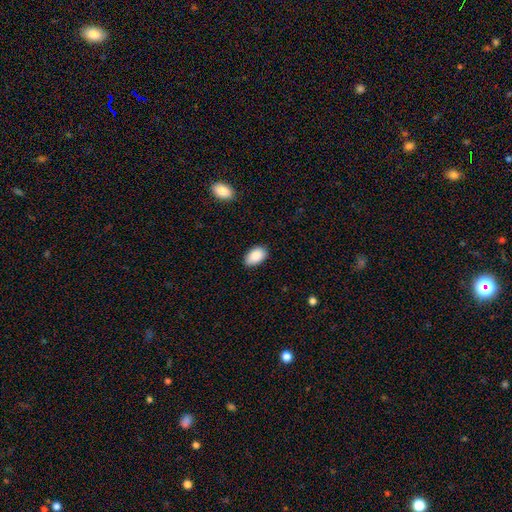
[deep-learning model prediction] Overall: smooth (89%). How rounded: in between (93%). Merging: none (81%).